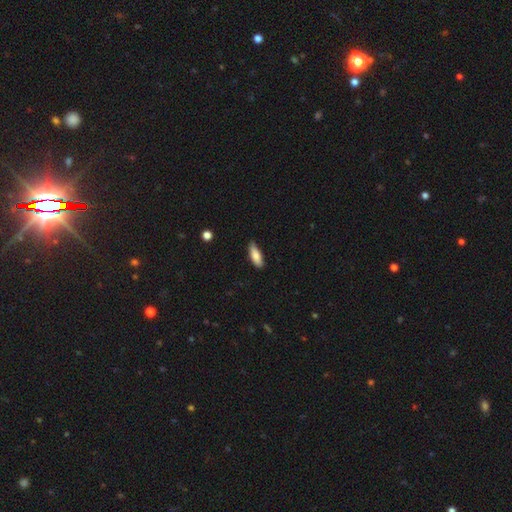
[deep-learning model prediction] A smooth galaxy with no disk features (82%) that is in between round and cigar-shaped (61%). Merging: none (74%).